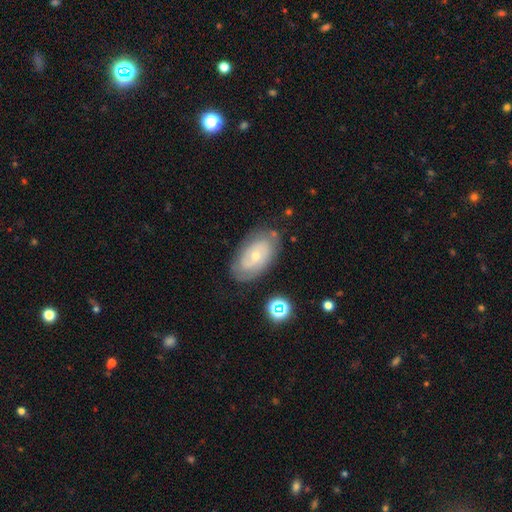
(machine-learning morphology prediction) type=featured or disk (70%); edge-on=no (94%); bar=no (69%); spiral arms=yes (83%); winding=tight (62%); arm count=2 (46%); bulge=small (59%); merging=none (74%).